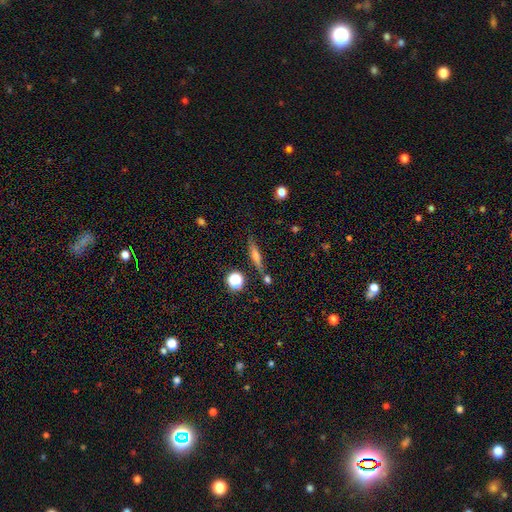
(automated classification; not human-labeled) The model was most divided on "smooth or featured": smooth: 45%, featured or disk: 41%, star or artifact: 14%. More confident: merging — none (75%).